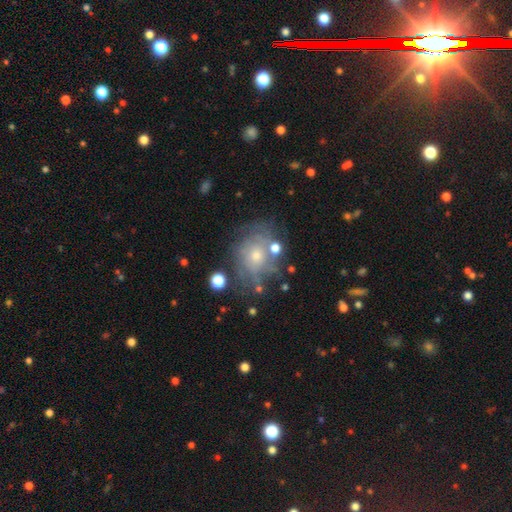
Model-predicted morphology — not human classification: This is possibly a featured or disk galaxy (59%). It is clearly not viewed edge-on (96%). Bar: clearly no (83%). Spiral arm pattern: likely yes (69%). Central bulge: possibly small (51%). Merging: likely none (64%).